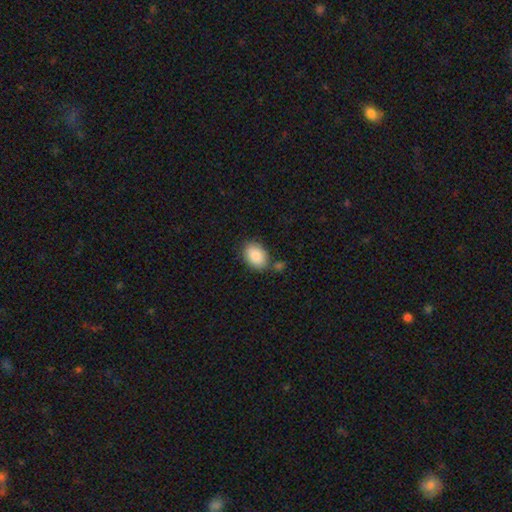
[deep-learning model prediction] smooth_or_featured: smooth (p=0.88) [alt: star or artifact p=0.07]
how_rounded: in between (p=0.82) [alt: round p=0.17]
merging: none (p=0.76) [alt: minor disturbance p=0.14]